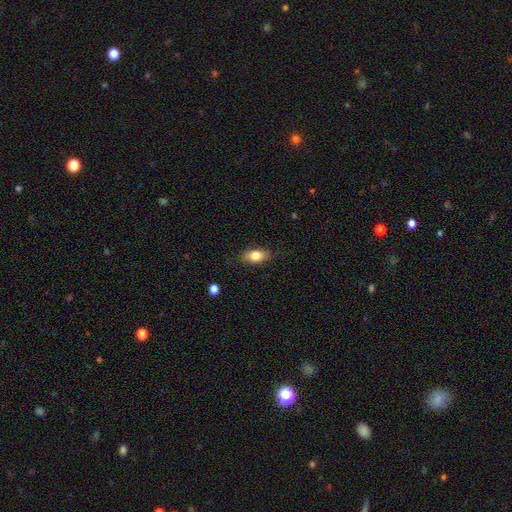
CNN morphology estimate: Smooth or featured? Predicted: smooth (p=0.79). How rounded? Predicted: in between (p=0.85). Merging? Predicted: none (p=0.83).